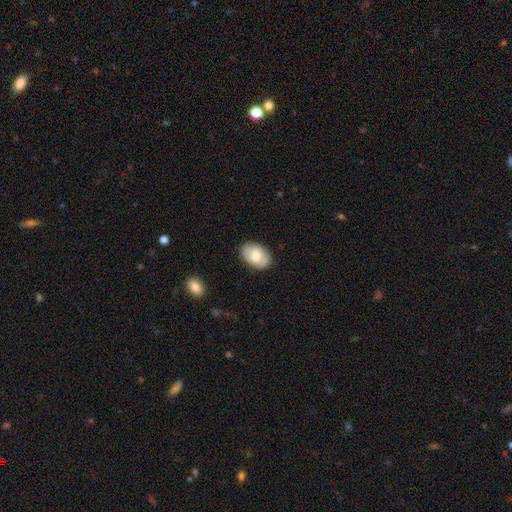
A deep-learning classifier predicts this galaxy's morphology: This is likely a smooth galaxy (71%). How rounded: clearly in between (87%). Merging: clearly none (84%).